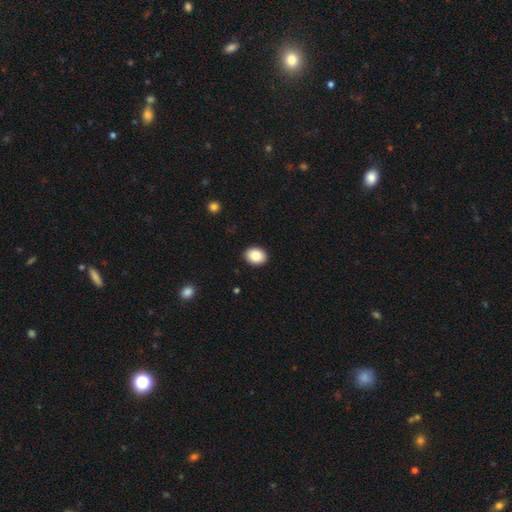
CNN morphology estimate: Overall: smooth (85%). How rounded: in between (61%; round 39%). Merging: none (91%).